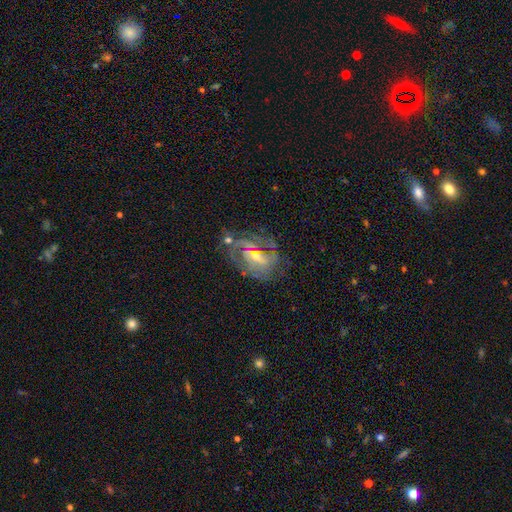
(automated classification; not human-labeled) A featured or disk galaxy (76%) with a weak bar (45%), tight (44%) spiral arms (80%) and a small central bulge (47%).

Vote fractions:
- Smooth or featured? featured or disk: 76% / smooth: 14% / star or artifact: 10%
- Edge-on disk? no: 96% / yes: 4%
- Bar? weak: 45% / no: 36% / strong: 19%
- Spiral arms? yes: 80% / no: 20%
- Spiral winding? tight: 44% / medium: 39% / loose: 16%
- Spiral arm count? can't tell: 37% / 2: 31% / 3: 15% / 1: 7% / 4: 5% / more than 4: 4%
- Bulge size? small: 47% / moderate: 46% / large: 3% / none: 3% / dominant: 1%
- Merging? none: 51% / minor disturbance: 22% / major disturbance: 20% / merger: 8%